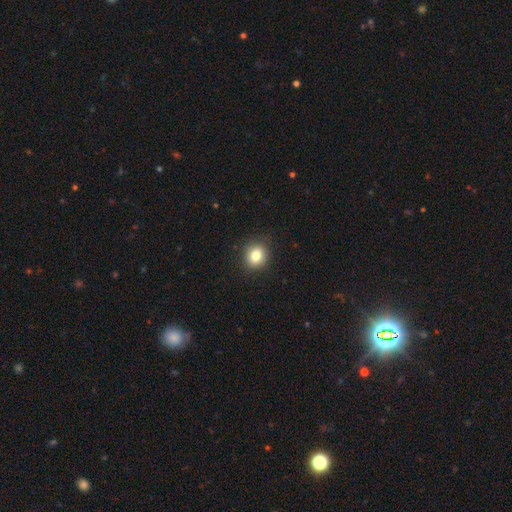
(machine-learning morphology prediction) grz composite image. It shows a smooth galaxy with no disk features (82%) that is round (76%). Merging: none (89%).